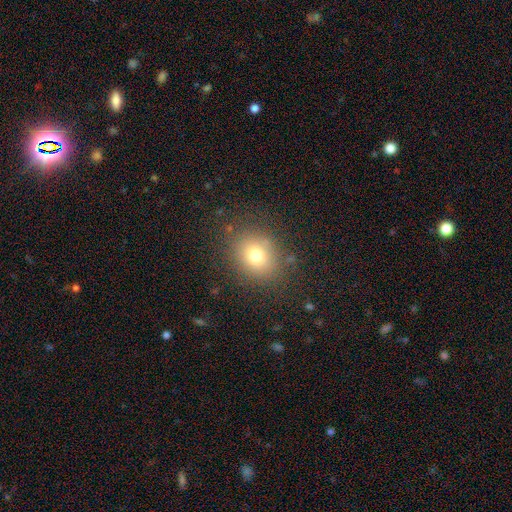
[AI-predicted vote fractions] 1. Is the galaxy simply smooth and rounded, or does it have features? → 73% smooth, 15% star or artifact, 12% featured or disk.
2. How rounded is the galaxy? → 69% round, 30% in between, 1% cigar-shaped.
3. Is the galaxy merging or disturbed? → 82% none, 11% minor disturbance, 5% major disturbance, 2% merger.